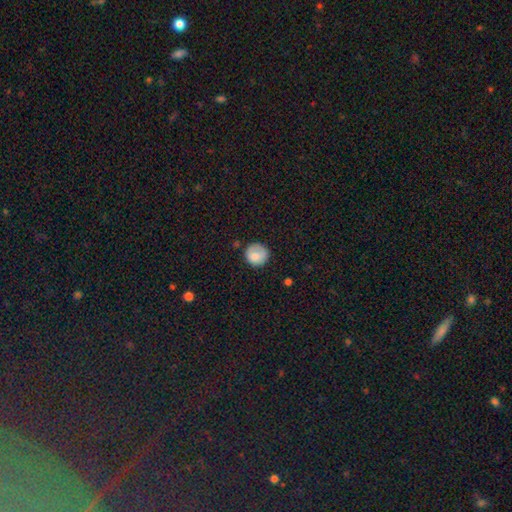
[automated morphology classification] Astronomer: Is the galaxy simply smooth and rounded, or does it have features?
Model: smooth — 82%.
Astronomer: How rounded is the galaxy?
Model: round — 90%.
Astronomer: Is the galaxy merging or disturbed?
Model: none — 73%.